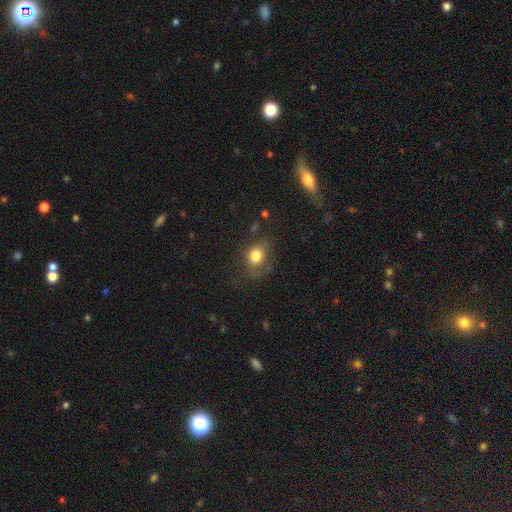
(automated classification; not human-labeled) smooth 79%, featured or disk 11%, star or artifact 11%. Down the decision tree: how rounded — round (61%); merging — none (59%).